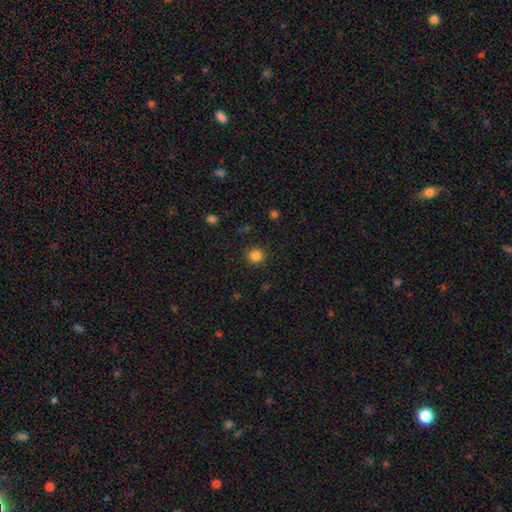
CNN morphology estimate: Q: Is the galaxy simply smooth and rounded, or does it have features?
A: smooth — 84%.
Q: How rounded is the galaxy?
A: round — 91%.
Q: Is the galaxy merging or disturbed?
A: none — 90%.